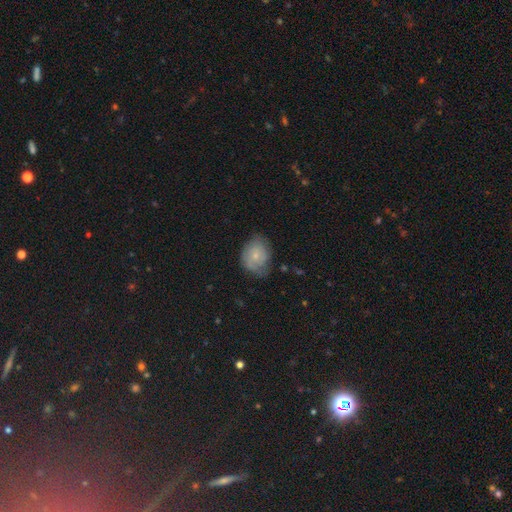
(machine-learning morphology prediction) Smooth or featured?
  - smooth: 55% *
  - featured or disk: 38%
  - star or artifact: 8%
How rounded?
  - round: 51% *
  - in between: 48%
  - cigar-shaped: 1%
Merging?
  - none: 57% *
  - minor disturbance: 31%
  - major disturbance: 11%
  - merger: 2%